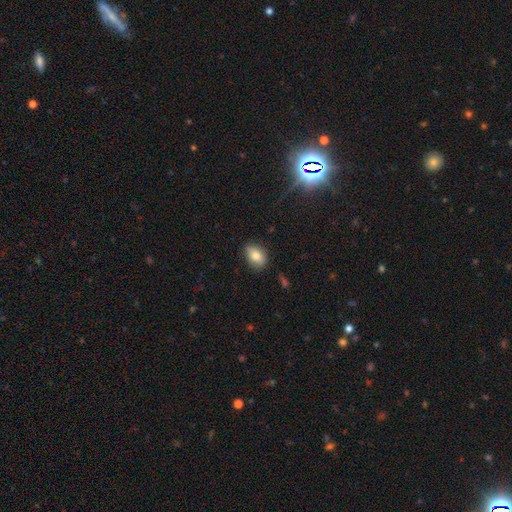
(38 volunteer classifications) Smooth or featured? smooth (66%)
How rounded? in between (100%)
Merging? none (57%)